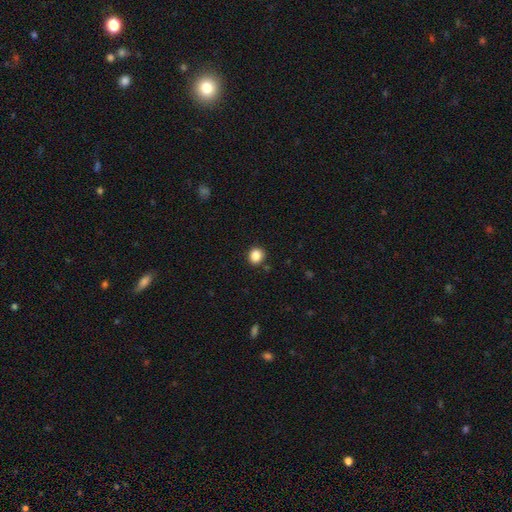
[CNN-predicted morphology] A smooth galaxy with no disk features (86%) that is round (81%). Merging: none (88%).